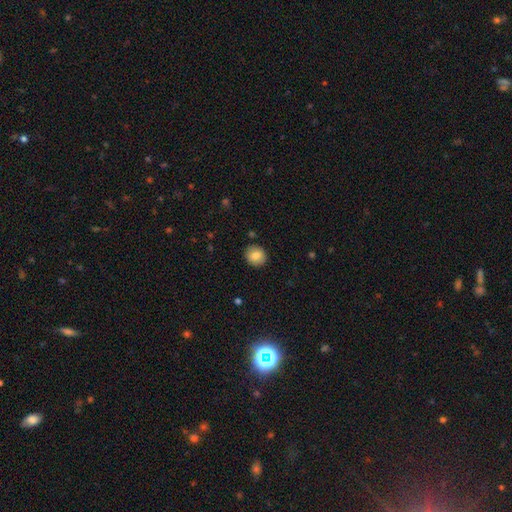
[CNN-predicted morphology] type=smooth (83%); roundness=round (85%); merging=none (89%).